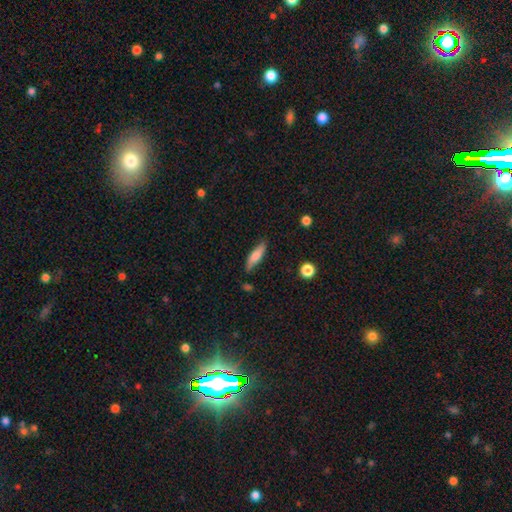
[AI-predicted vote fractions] Smooth or featured: smooth — 72% (featured or disk — 22%)
How rounded: cigar-shaped — 63% (in between — 35%)
Merging: none — 76% (minor disturbance — 18%)